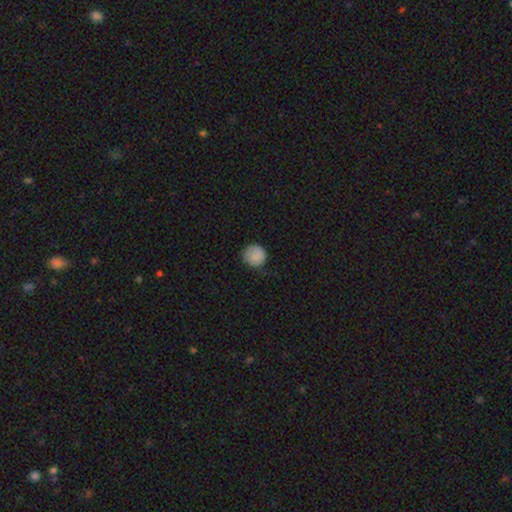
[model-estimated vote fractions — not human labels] smooth-or-featured: smooth: 85% | star or artifact: 9% | featured or disk: 6%
  how-rounded: round: 90% | in between: 9% | cigar-shaped: 1%
  merging: none: 71% | minor disturbance: 23% | major disturbance: 5% | merger: 1%